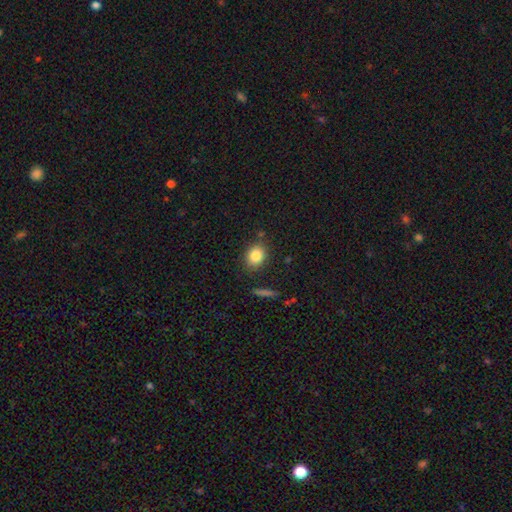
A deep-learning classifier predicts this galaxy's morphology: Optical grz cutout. It shows a smooth galaxy with no disk features (84%) that is round (50%). Merging: none (83%).